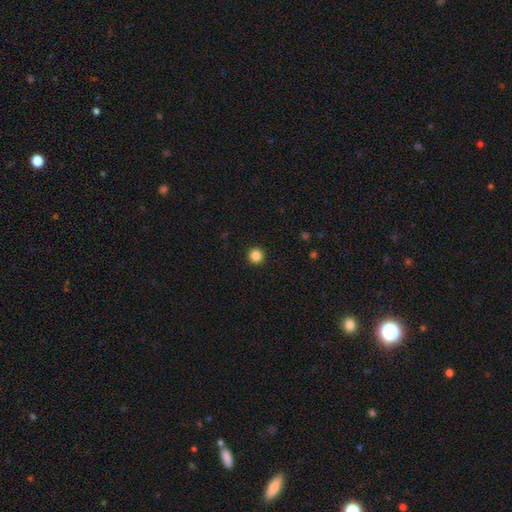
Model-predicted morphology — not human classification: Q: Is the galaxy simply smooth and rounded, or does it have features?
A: smooth — 86%.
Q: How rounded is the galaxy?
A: round — 96%.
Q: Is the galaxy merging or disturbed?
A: none — 93%.